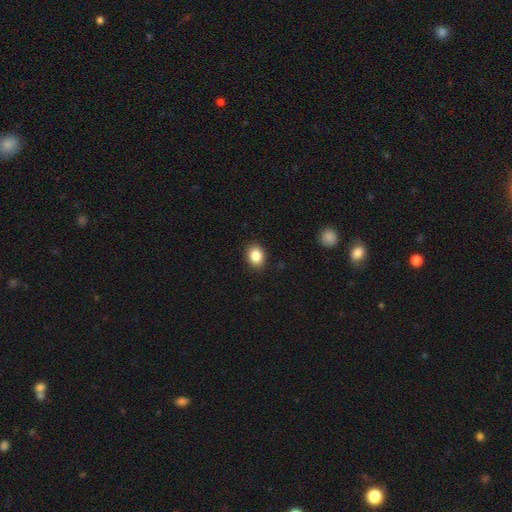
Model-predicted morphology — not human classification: This is clearly a smooth galaxy (85%). How rounded: possibly in between (53%). Merging: clearly none (89%).